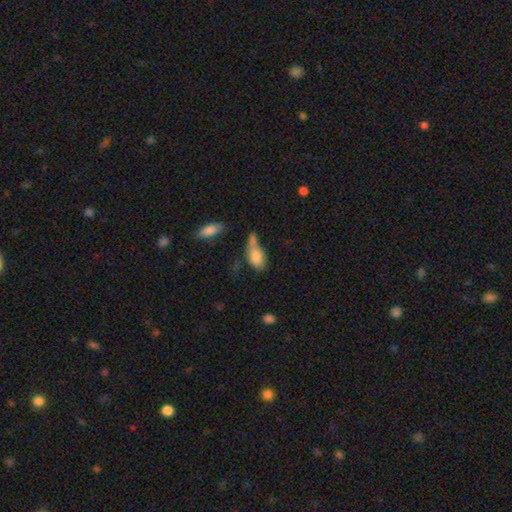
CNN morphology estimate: Smooth or featured? smooth (80%)
How rounded? in between (87%)
Merging? merger (34%)